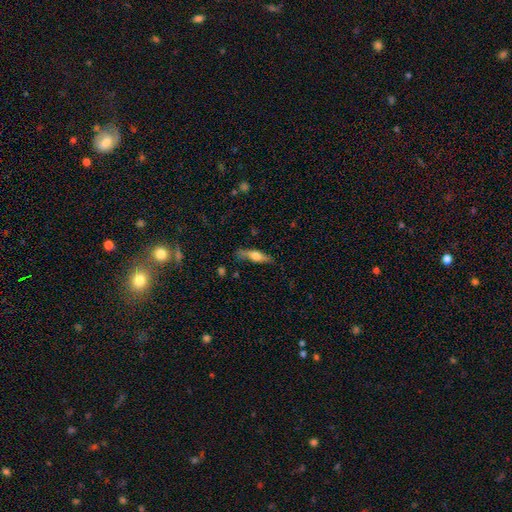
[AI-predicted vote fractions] smooth_or_featured: smooth (p=0.54) [alt: featured or disk p=0.39]
how_rounded: cigar-shaped (p=0.68) [alt: in between p=0.30]
merging: none (p=0.74) [alt: minor disturbance p=0.19]